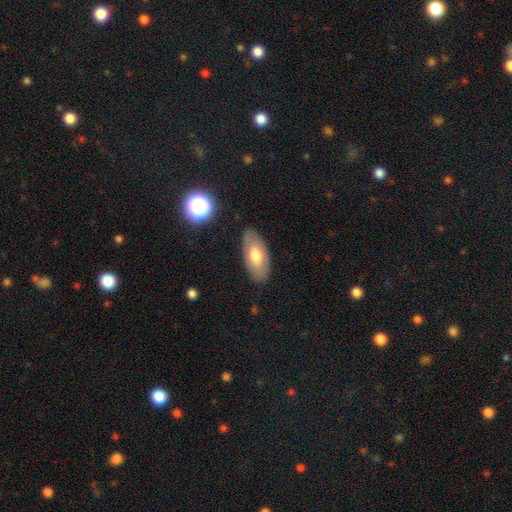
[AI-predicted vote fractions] A smooth galaxy with no disk features (63%) that is in between round and cigar-shaped (91%).

Vote fractions:
- Smooth or featured? smooth: 63% / featured or disk: 31% / star or artifact: 6%
- How rounded? in between: 91% / cigar-shaped: 7% / round: 3%
- Merging? none: 83% / minor disturbance: 13% / major disturbance: 3% / merger: 1%